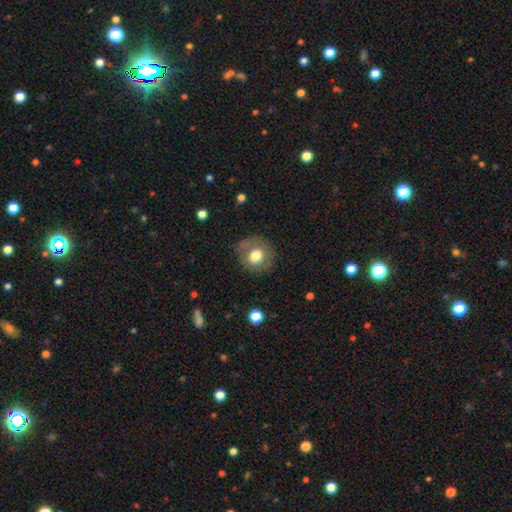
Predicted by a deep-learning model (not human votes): The model was most divided on "smooth or featured": smooth: 73%, featured or disk: 18%, star or artifact: 9%. More confident: how rounded — round (83%); merging — none (76%).